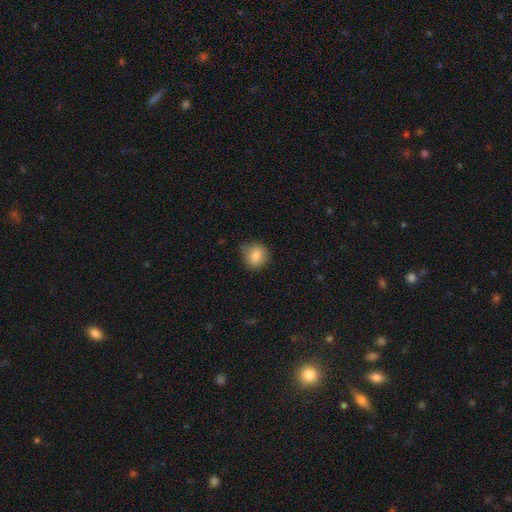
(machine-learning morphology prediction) A smooth galaxy with no disk features (83%) that is round (81%). Merging: none (67%).